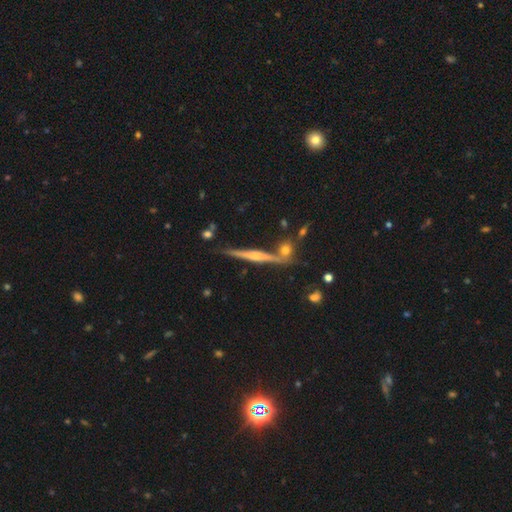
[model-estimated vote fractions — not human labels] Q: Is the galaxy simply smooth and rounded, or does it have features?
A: featured or disk — 81%.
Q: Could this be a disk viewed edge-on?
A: yes — 98%.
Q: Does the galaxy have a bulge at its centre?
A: rounded — 82%.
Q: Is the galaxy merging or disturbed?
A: none — 80%.